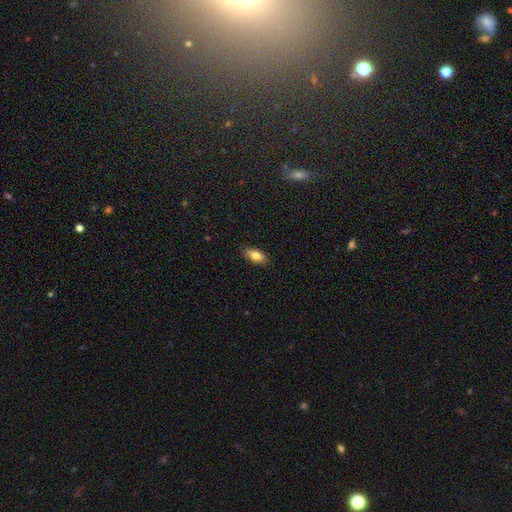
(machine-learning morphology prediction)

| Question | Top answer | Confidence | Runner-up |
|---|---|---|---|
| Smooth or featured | smooth | 79% | featured or disk (14%) |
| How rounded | in between | 86% | cigar-shaped (11%) |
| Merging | none | 88% | minor disturbance (9%) |